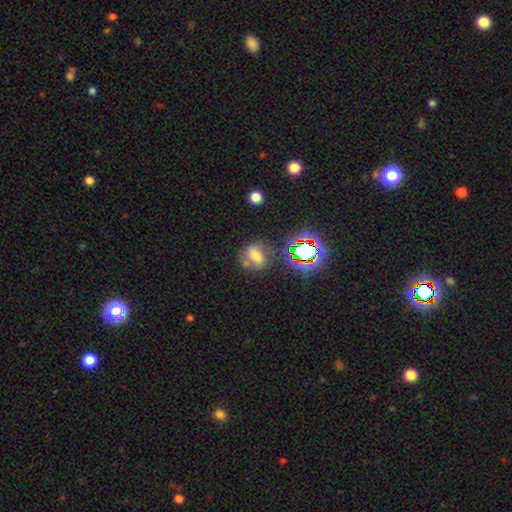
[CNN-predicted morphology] Smooth or featured? Predicted: smooth (p=0.54). How rounded? Predicted: in between (p=0.53). Merging? Predicted: none (p=0.59).